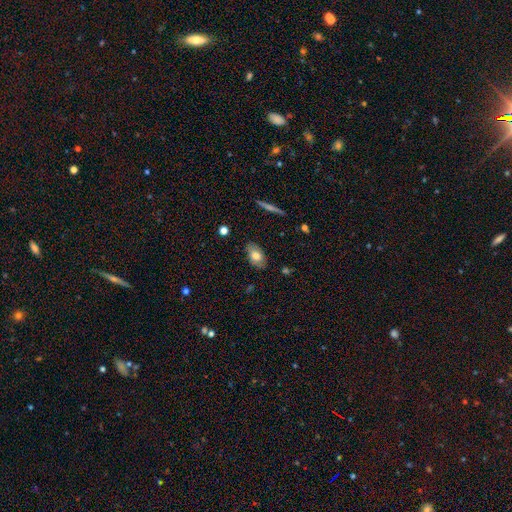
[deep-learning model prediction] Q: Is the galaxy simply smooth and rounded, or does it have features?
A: smooth — 68%.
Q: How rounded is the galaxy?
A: in between — 92%.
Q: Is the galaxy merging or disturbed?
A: none — 81%.